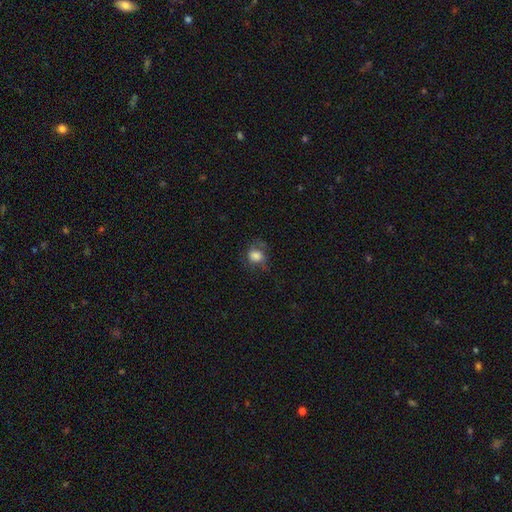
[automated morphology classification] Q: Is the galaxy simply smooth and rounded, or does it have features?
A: smooth — 74%.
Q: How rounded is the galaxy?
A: round — 63%.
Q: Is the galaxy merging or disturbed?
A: none — 53%.